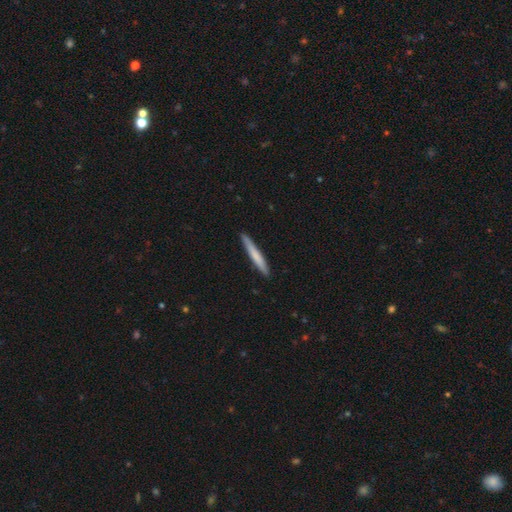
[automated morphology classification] Smooth or featured: smooth — 70% (featured or disk — 26%)
How rounded: cigar-shaped — 96% (in between — 3%)
Merging: none — 91% (minor disturbance — 7%)